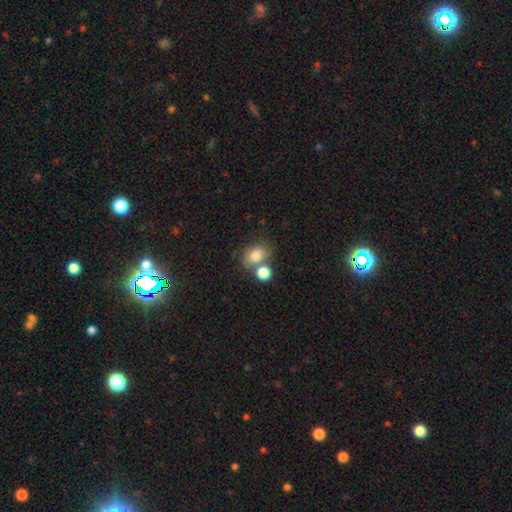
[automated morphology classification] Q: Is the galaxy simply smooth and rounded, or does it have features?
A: smooth — 79%.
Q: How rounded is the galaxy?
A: in between — 51%.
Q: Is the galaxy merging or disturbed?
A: none — 48%.